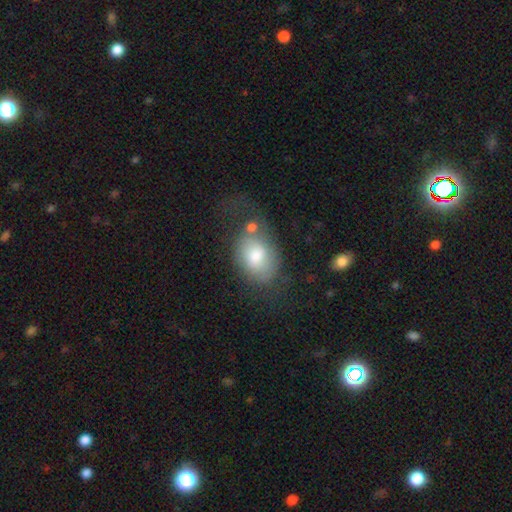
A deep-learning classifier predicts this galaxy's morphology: smooth 73%, featured or disk 20%, star or artifact 7%. Down the decision tree: how rounded — in between (79%); merging — none (40%).